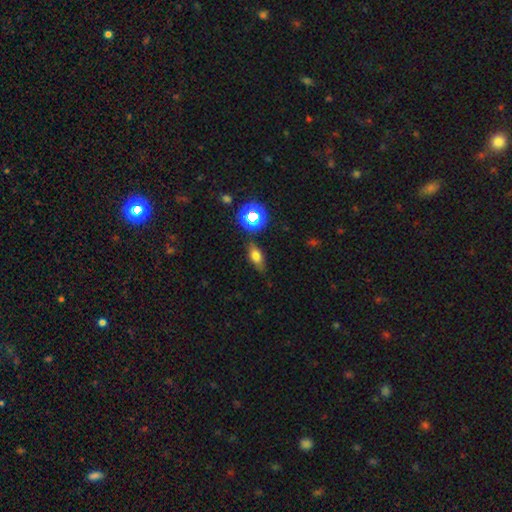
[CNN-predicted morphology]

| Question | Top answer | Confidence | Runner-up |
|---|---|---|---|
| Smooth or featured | smooth | 67% | star or artifact (17%) |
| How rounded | in between | 73% | cigar-shaped (15%) |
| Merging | none | 76% | minor disturbance (17%) |